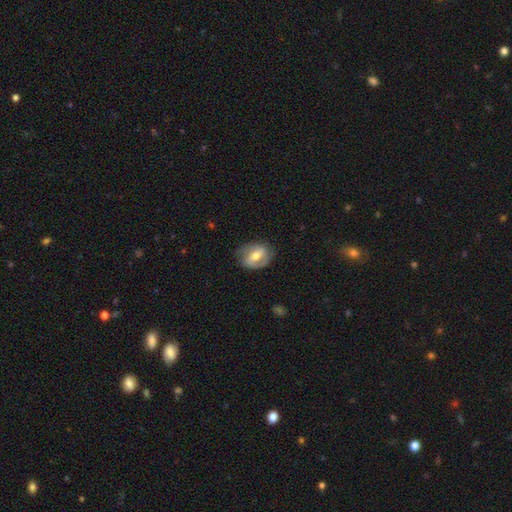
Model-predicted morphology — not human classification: This is likely a featured or disk galaxy (63%). It is clearly not viewed edge-on (95%). Bar: marginally strong (41%). Spiral arm pattern: likely yes (78%). Central bulge: likely moderate (63%). Merging: likely none (74%).